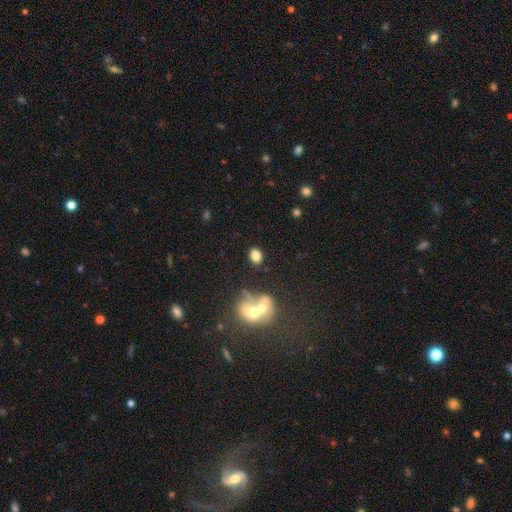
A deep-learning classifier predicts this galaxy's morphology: This appears to be a smooth galaxy with no disk features (80%) that is in between round and cigar-shaped (70%). Merging: none (73%).